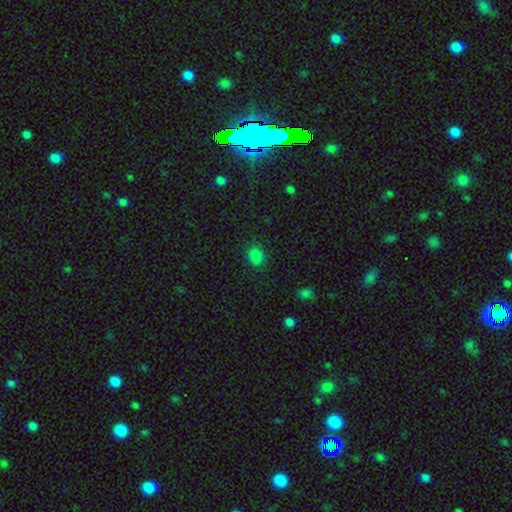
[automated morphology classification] Smooth or featured? Predicted: smooth (p=0.78). How rounded? Predicted: round (p=0.58). Merging? Predicted: none (p=0.78).